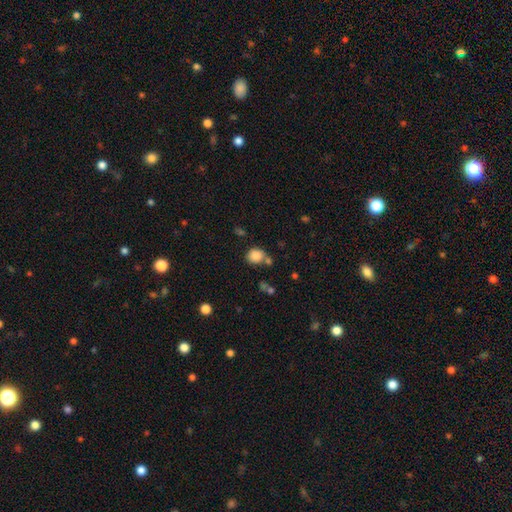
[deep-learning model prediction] Q: Smooth or featured?
A: smooth (85%); runner-up: star or artifact (10%)
Q: How rounded?
A: round (73%); runner-up: in between (26%)
Q: Merging?
A: none (64%); runner-up: merger (17%)